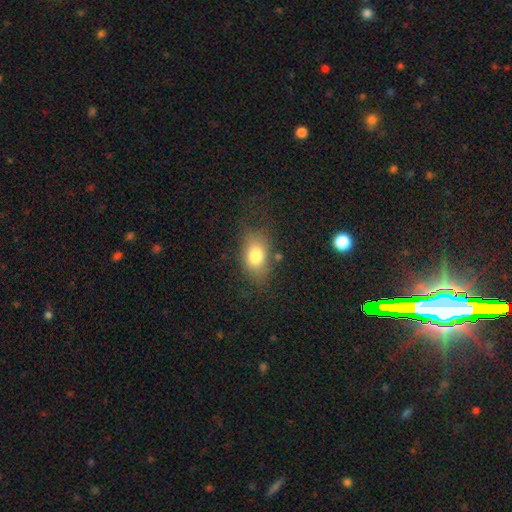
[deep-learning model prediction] Smooth or featured? Predicted: smooth (p=0.77). How rounded? Predicted: in between (p=0.79). Merging? Predicted: none (p=0.68).